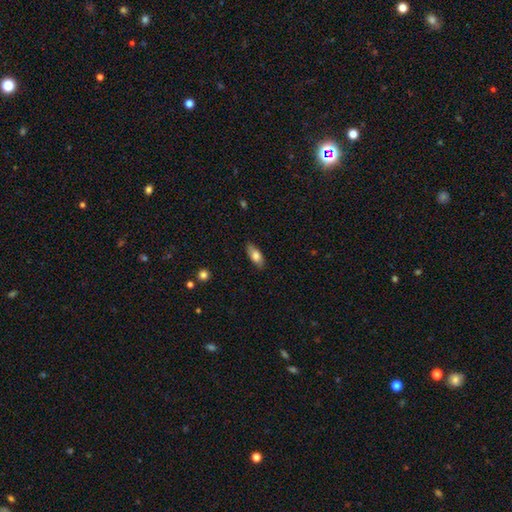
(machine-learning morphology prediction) Smooth or featured? smooth (76%)
How rounded? in between (80%)
Merging? none (84%)